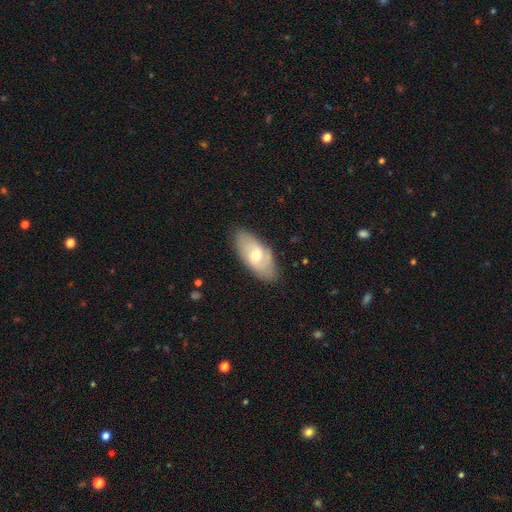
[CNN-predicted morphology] featured or disk 53%, smooth 41%, star or artifact 6%. Down the decision tree: edge-on disk — no (88%); merging — none (80%).